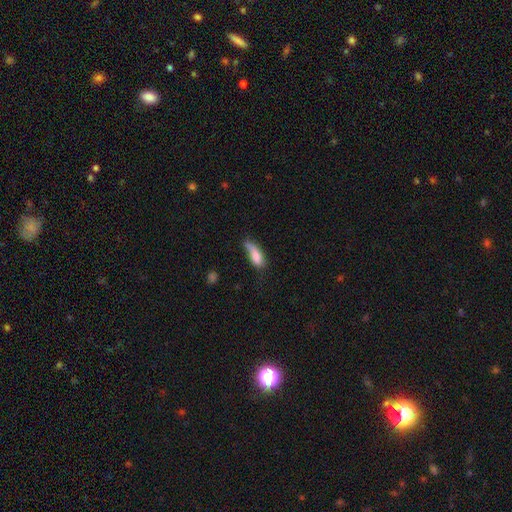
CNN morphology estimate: smooth-or-featured: smooth: 78% | featured or disk: 15% | star or artifact: 7%
  how-rounded: in between: 65% | cigar-shaped: 32% | round: 3%
  merging: none: 36% | minor disturbance: 35% | major disturbance: 22% | merger: 7%